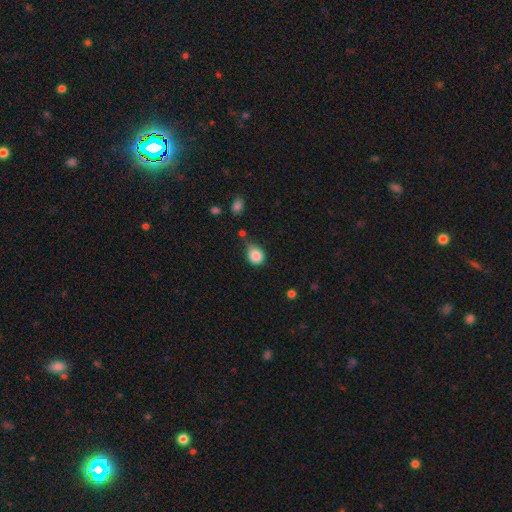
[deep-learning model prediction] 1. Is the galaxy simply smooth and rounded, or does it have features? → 86% smooth, 9% star or artifact, 5% featured or disk.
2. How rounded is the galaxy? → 67% round, 32% in between, 1% cigar-shaped.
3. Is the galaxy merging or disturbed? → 48% none, 34% minor disturbance, 9% merger, 9% major disturbance.